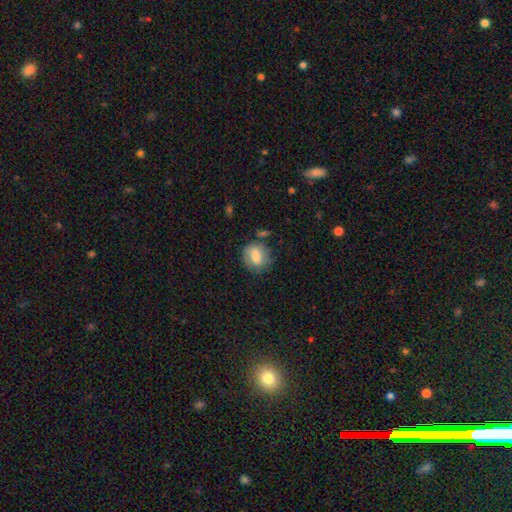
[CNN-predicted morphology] This appears to be a smooth galaxy with no disk features (67%) that is round (68%). Merging: none (62%).